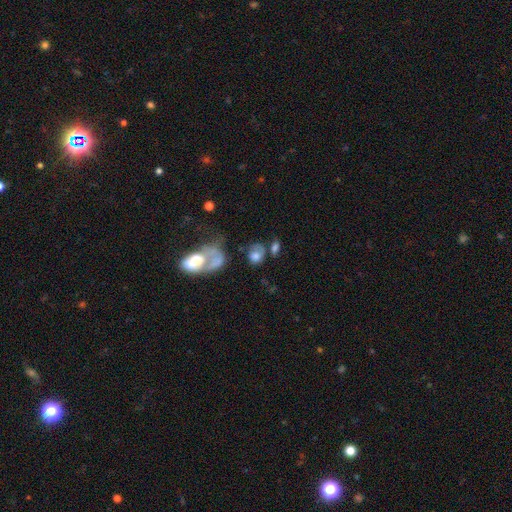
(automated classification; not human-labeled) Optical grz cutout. It shows a smooth galaxy with no disk features (65%) that is in between round and cigar-shaped (52%). Merging: none (39%).